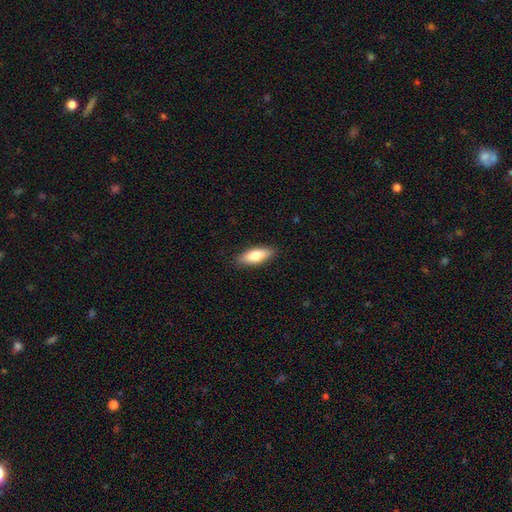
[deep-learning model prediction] This is likely a smooth galaxy (76%). How rounded: likely in between (65%). Merging: clearly none (88%).